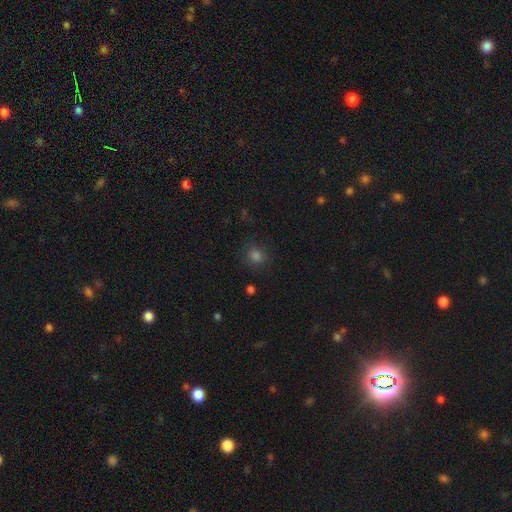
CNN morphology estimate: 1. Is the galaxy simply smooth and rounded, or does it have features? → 74% smooth, 19% star or artifact, 7% featured or disk.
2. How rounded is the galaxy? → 78% round, 21% in between, 1% cigar-shaped.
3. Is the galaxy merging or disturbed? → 82% none, 12% minor disturbance, 5% major disturbance, 1% merger.